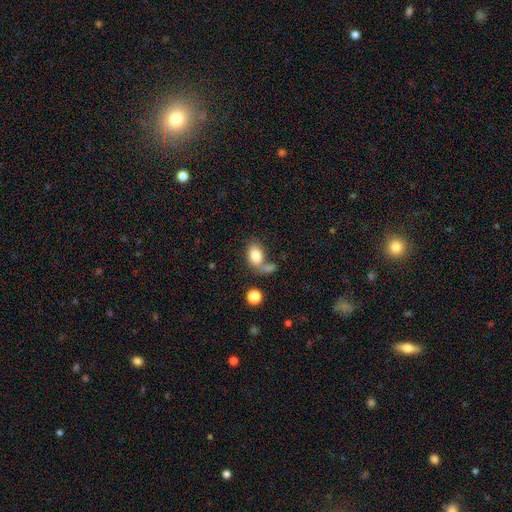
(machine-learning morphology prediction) This appears to be a smooth galaxy with no disk features (82%) that is in between round and cigar-shaped (85%). Merging: none (45%).